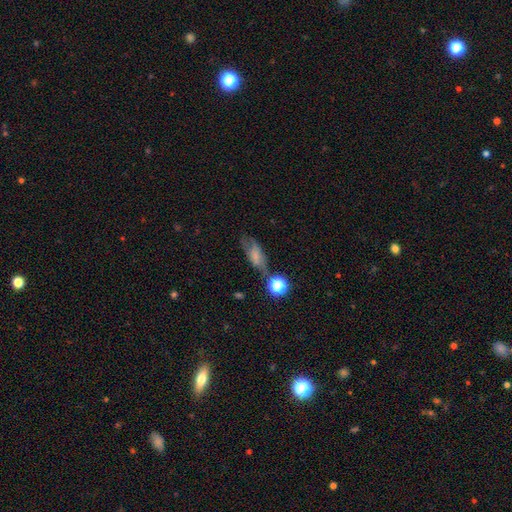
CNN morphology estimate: Smooth or featured? smooth (60%)
How rounded? in between (74%)
Merging? none (46%)